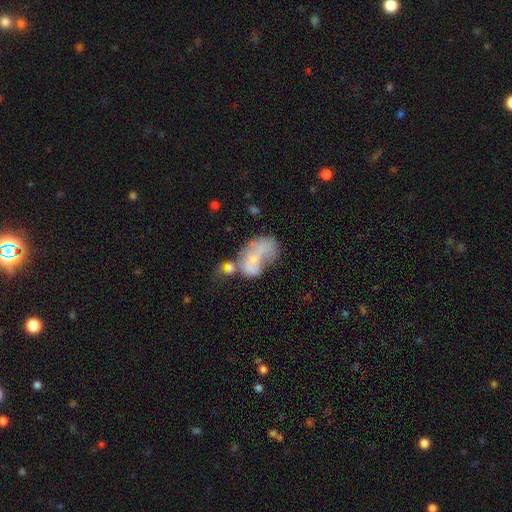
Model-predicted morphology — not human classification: The model was most divided on "smooth or featured" (2-way tie): smooth: 44%, featured or disk: 44%, star or artifact: 12%. Remaining: merging — merger (37%).